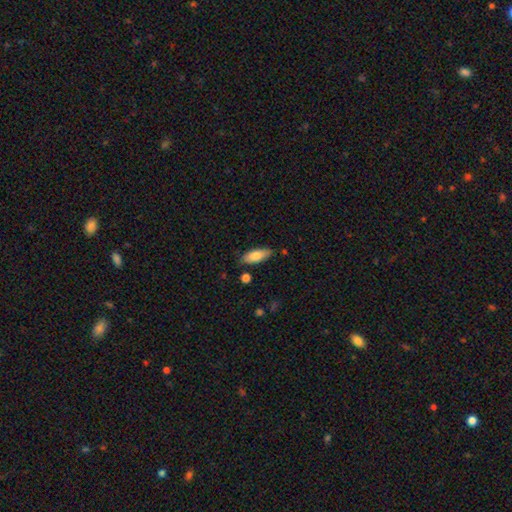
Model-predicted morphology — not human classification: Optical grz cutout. It shows a smooth galaxy with no disk features (79%) that is in between round and cigar-shaped (76%). Merging: none (82%).